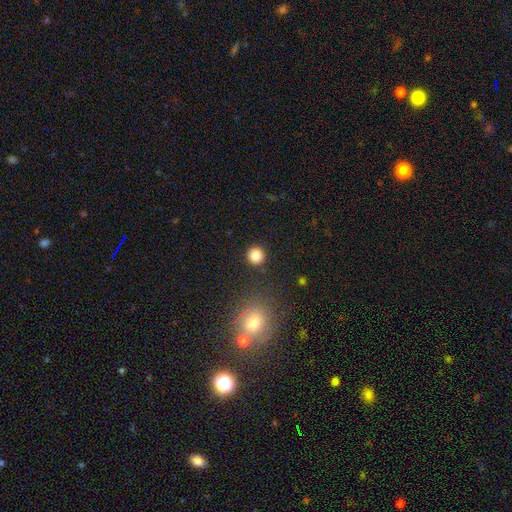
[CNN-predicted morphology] Smooth or featured? smooth (84%)
How rounded? round (94%)
Merging? none (91%)